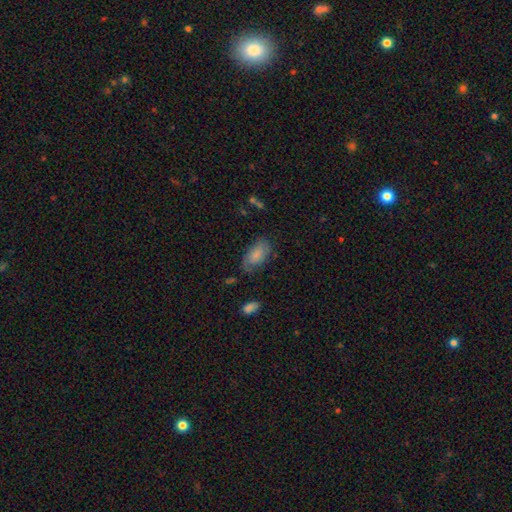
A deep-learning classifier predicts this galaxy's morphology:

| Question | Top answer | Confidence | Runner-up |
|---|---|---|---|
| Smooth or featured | smooth | 66% | featured or disk (25%) |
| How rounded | in between | 92% | cigar-shaped (4%) |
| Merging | none | 66% | minor disturbance (24%) |